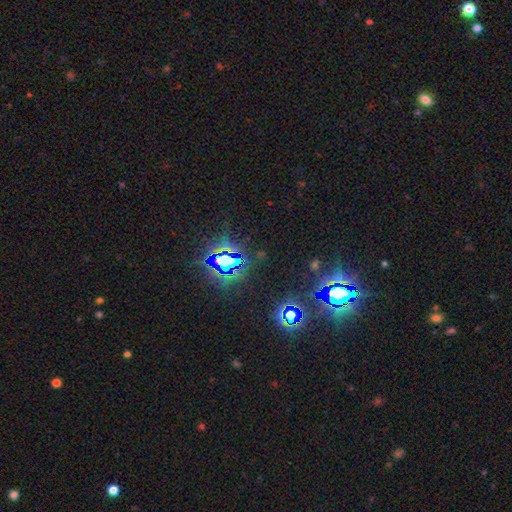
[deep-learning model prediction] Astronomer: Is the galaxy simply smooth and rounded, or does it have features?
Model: star or artifact — 83%.